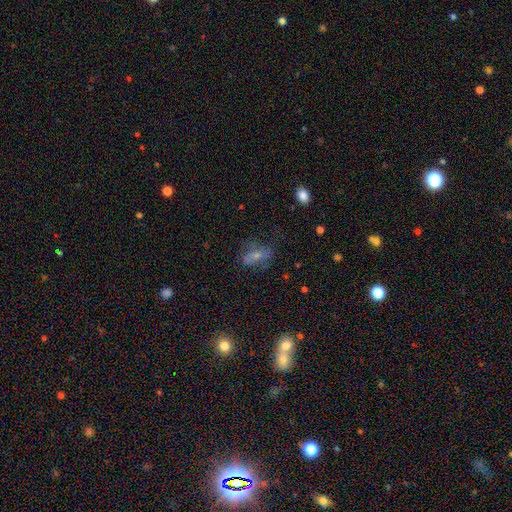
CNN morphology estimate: Q: Smooth or featured?
A: smooth (58%); runner-up: featured or disk (28%)
Q: How rounded?
A: in between (81%); runner-up: round (10%)
Q: Merging?
A: none (55%); runner-up: minor disturbance (24%)